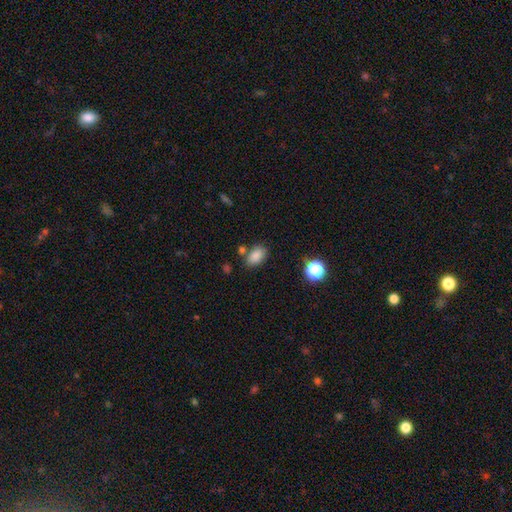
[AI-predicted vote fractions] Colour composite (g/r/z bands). It shows a smooth galaxy with no disk features (85%) that is in between round and cigar-shaped (87%). Merging: none (72%).